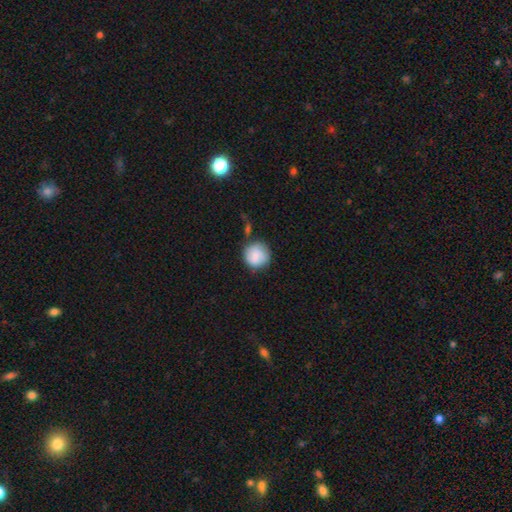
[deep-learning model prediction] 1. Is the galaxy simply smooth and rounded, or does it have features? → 81% smooth, 12% featured or disk, 7% star or artifact.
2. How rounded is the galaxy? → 93% round, 6% in between, 1% cigar-shaped.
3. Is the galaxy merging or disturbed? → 70% none, 19% minor disturbance, 6% merger, 5% major disturbance.